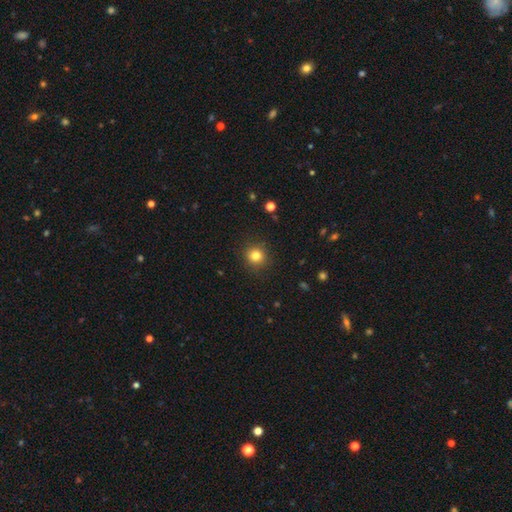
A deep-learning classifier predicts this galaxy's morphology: smooth 82%, star or artifact 13%, featured or disk 6%. Down the decision tree: how rounded — round (93%); merging — none (91%).